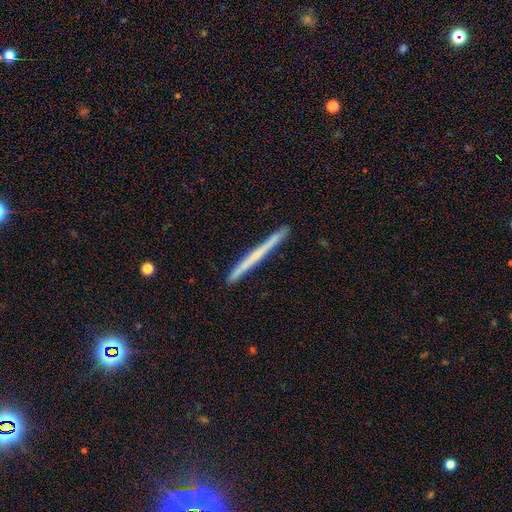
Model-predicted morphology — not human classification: Smooth or featured? featured or disk (51%)
Edge-on disk? yes (98%)
Merging? none (92%)